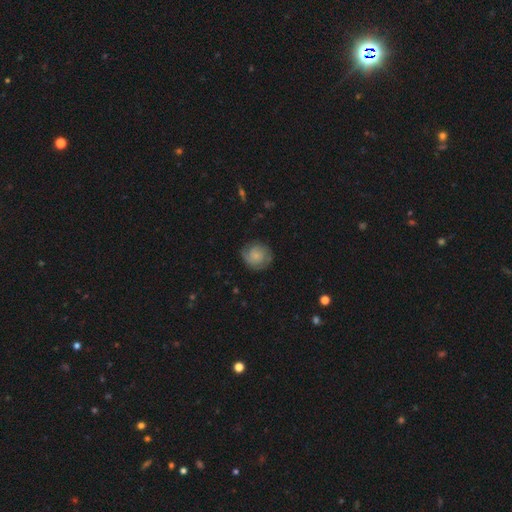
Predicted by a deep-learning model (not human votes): This is possibly a featured or disk galaxy (49%). Merging: likely none (76%).